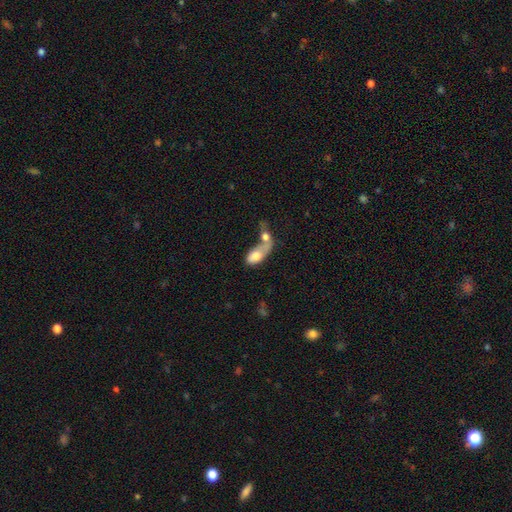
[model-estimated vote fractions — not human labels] Smooth or featured?
  - smooth: 72% *
  - featured or disk: 21%
  - star or artifact: 7%
How rounded?
  - in between: 84% *
  - round: 8%
  - cigar-shaped: 7%
Merging?
  - merger: 73% *
  - major disturbance: 10%
  - none: 10%
  - minor disturbance: 6%